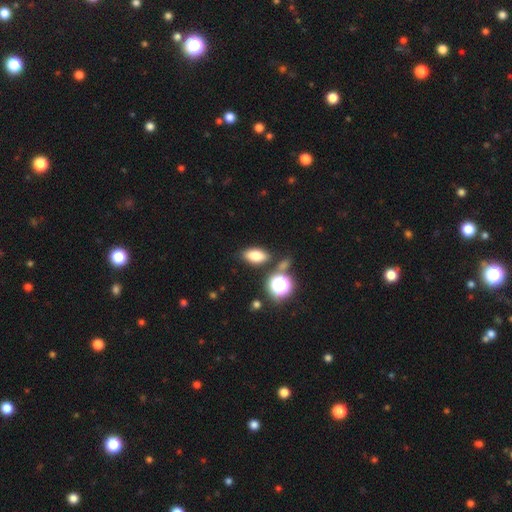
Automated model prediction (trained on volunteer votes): The model was most divided on "smooth or featured": smooth: 76%, star or artifact: 14%, featured or disk: 10%. More confident: how rounded — in between (82%); merging — none (78%).